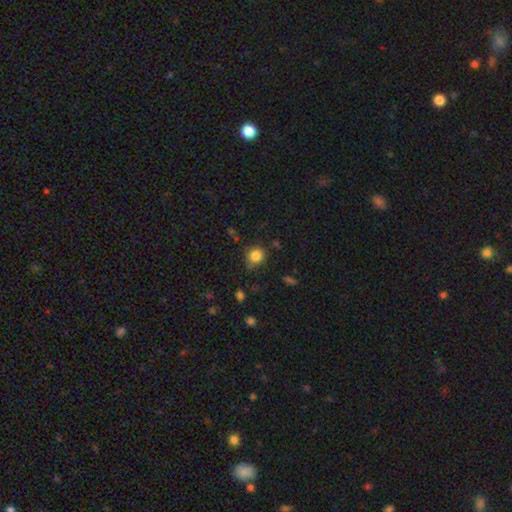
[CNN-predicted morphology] Smooth or featured? smooth (83%)
How rounded? round (88%)
Merging? none (76%)